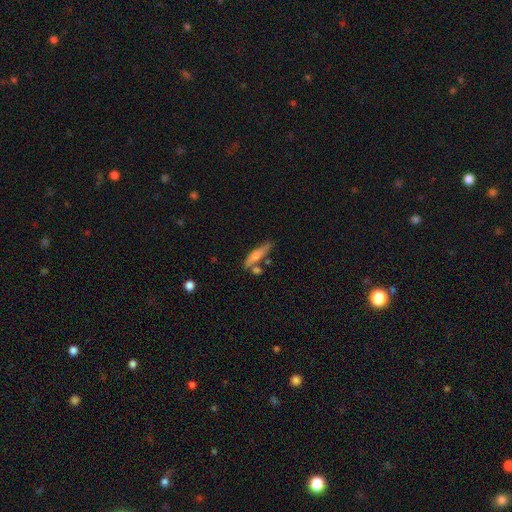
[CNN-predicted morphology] type=smooth (55%); roundness=cigar-shaped (80%); merging=none (63%).